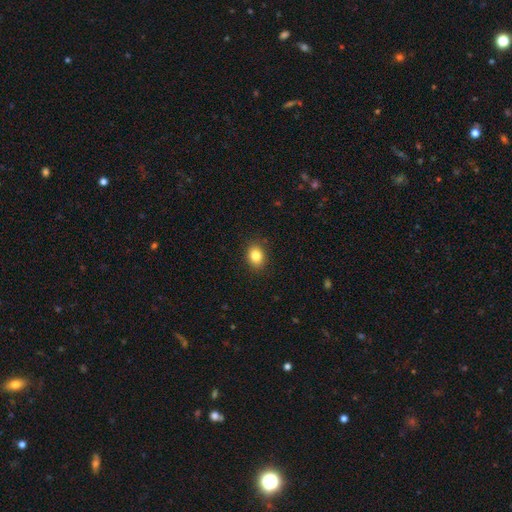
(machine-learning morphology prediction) The model was most divided on "how rounded": in between: 56%, round: 43%, cigar-shaped: 1%. More confident: merging — none (89%); smooth or featured — smooth (84%).